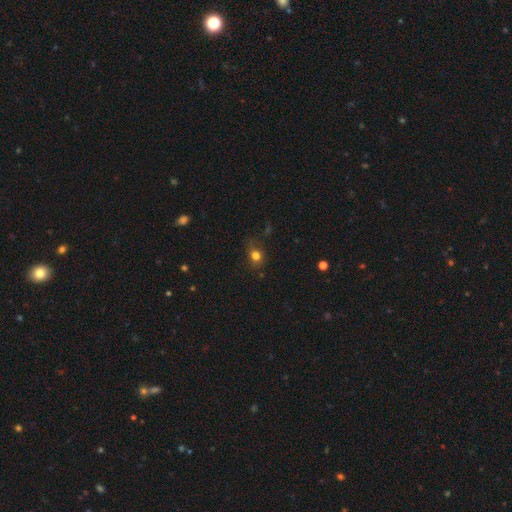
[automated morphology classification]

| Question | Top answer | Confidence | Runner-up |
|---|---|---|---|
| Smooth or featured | smooth | 74% | star or artifact (18%) |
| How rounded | round | 74% | in between (24%) |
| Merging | none | 68% | minor disturbance (20%) |